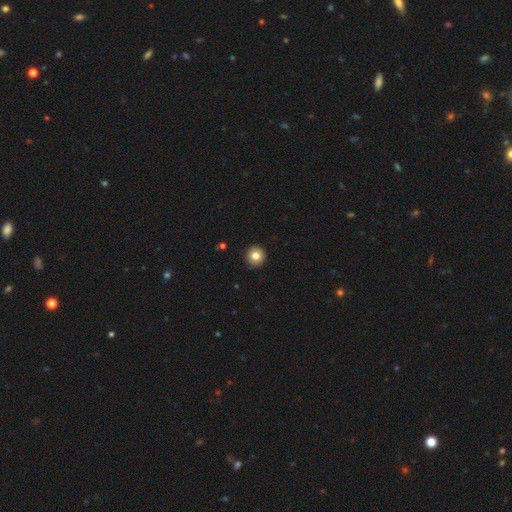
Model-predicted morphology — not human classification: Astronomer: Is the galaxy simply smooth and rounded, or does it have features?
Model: smooth — 81%.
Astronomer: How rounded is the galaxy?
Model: round — 95%.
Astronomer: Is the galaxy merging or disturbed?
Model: none — 92%.